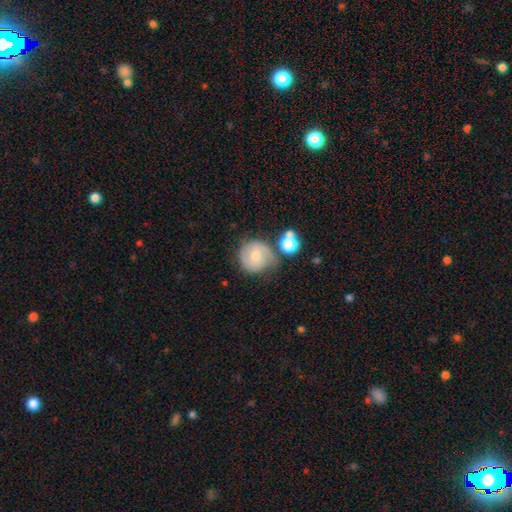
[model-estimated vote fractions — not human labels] smooth_or_featured: smooth (p=0.47) [alt: featured or disk p=0.45]
merging: none (p=0.56) [alt: minor disturbance p=0.24]